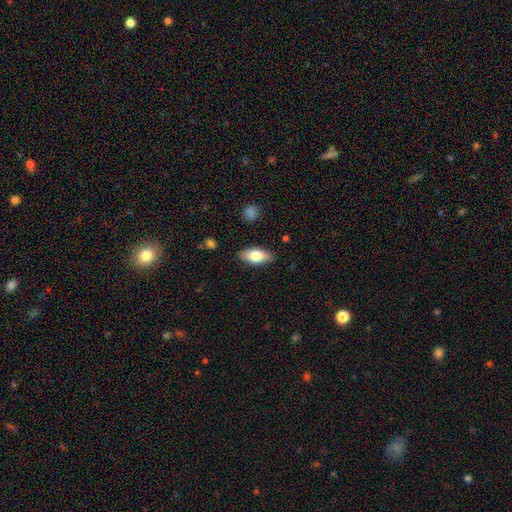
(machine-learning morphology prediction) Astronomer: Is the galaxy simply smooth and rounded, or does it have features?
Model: smooth — 74%.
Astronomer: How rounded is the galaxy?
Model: in between — 86%.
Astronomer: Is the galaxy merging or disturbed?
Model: none — 86%.